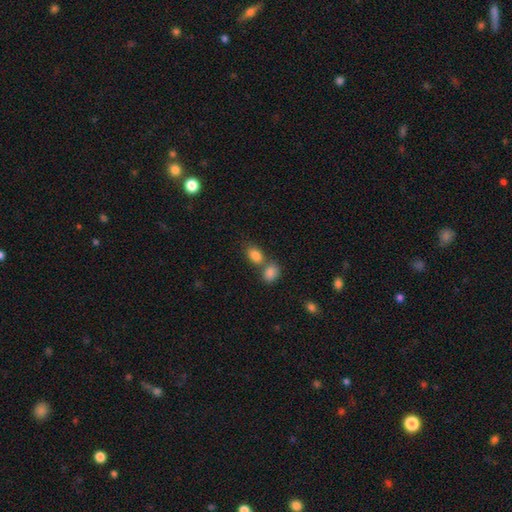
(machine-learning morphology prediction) type=smooth (83%); roundness=in between (78%); merging=merger (45%).